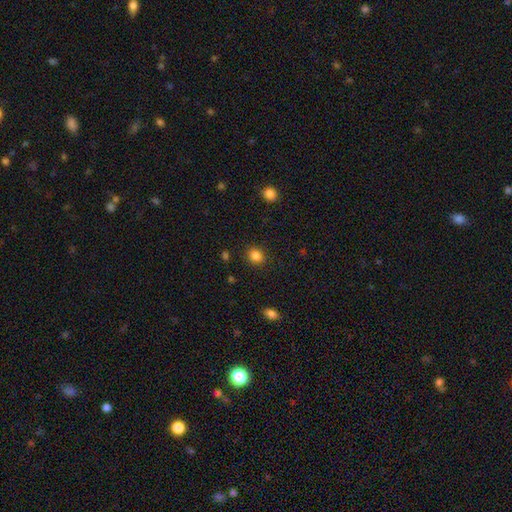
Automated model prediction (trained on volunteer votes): Q: Smooth or featured?
A: smooth (85%); runner-up: star or artifact (11%)
Q: How rounded?
A: round (74%); runner-up: in between (25%)
Q: Merging?
A: none (89%); runner-up: minor disturbance (7%)